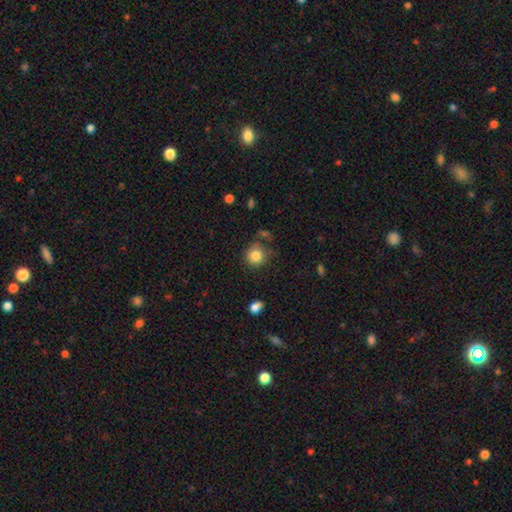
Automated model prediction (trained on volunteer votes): smooth 83%, star or artifact 10%, featured or disk 7%. Down the decision tree: how rounded — round (89%); merging — none (72%).